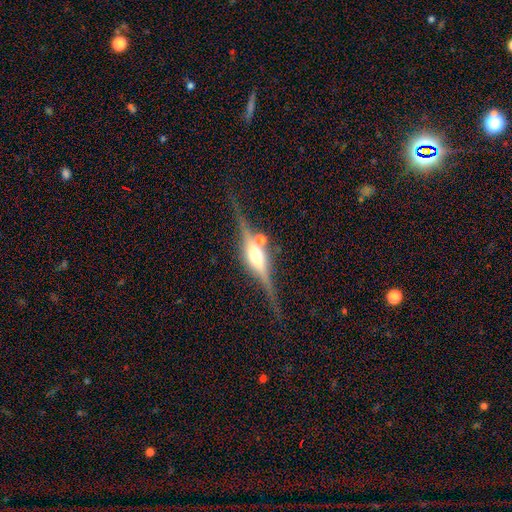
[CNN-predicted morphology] Overall: featured or disk (86%). Edge-on disk: yes (97%). Edge-on bulge: rounded (89%). Merging: none (77%).